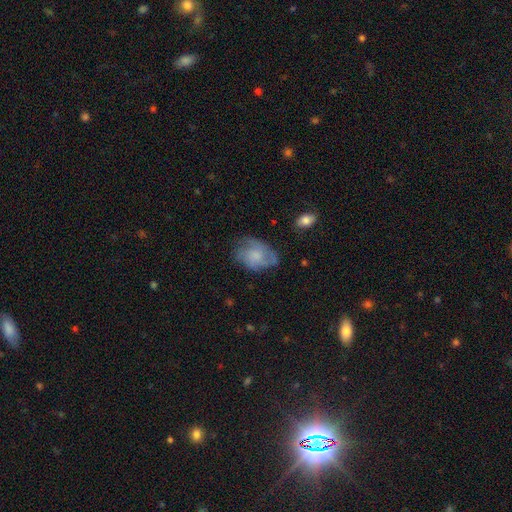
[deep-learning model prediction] A smooth galaxy with no disk features (47%).

Vote fractions:
- Smooth or featured? smooth: 47% / featured or disk: 44% / star or artifact: 8%
- Merging? none: 58% / minor disturbance: 27% / major disturbance: 14% / merger: 2%